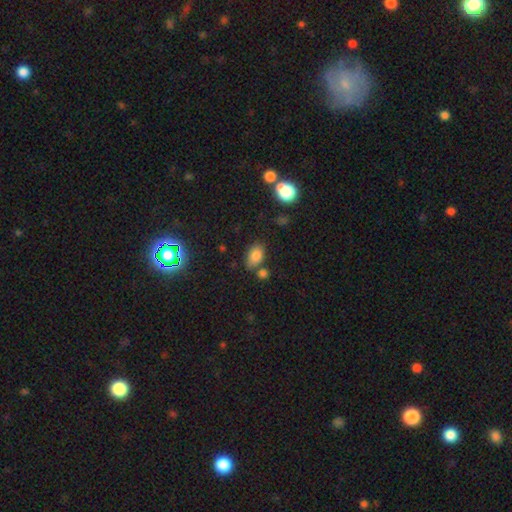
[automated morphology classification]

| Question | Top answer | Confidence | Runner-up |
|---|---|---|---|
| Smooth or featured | smooth | 80% | star or artifact (12%) |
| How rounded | in between | 86% | round (12%) |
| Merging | none | 64% | minor disturbance (16%) |